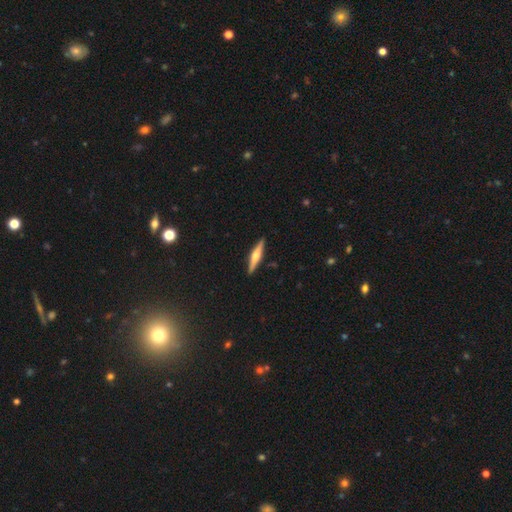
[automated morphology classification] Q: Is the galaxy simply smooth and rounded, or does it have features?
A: featured or disk — 63%.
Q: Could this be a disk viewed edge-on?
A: yes — 97%.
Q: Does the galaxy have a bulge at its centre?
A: rounded — 87%.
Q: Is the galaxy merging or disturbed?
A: none — 90%.